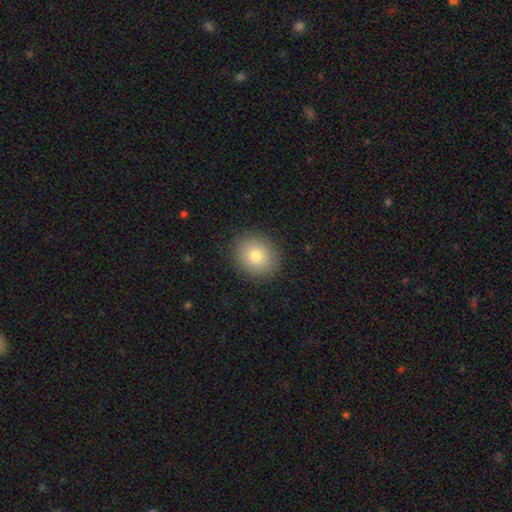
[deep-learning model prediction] This is likely a smooth galaxy (79%). How rounded: likely round (69%). Merging: clearly none (90%).